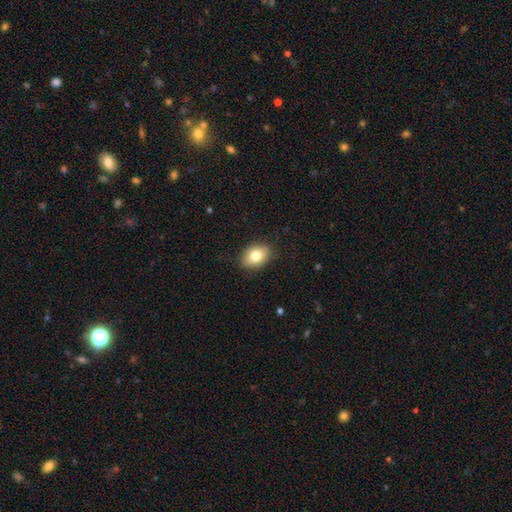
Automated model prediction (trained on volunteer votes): smooth_or_featured: smooth (p=0.80) [alt: featured or disk p=0.11]
how_rounded: in between (p=0.81) [alt: round p=0.18]
merging: none (p=0.86) [alt: minor disturbance p=0.11]